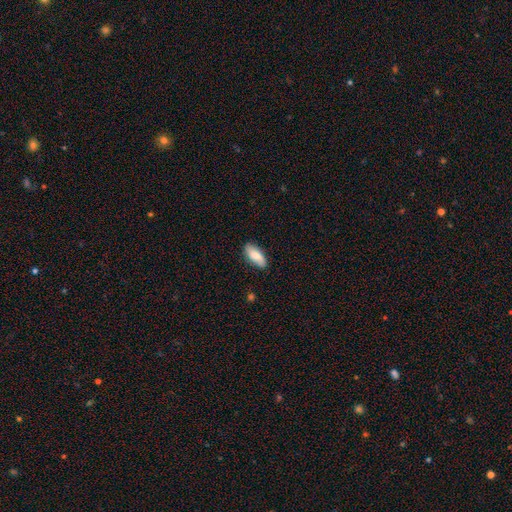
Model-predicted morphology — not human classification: The model was most divided on "smooth or featured": smooth: 78%, featured or disk: 16%, star or artifact: 6%. More confident: how rounded — in between (85%); merging — none (83%).